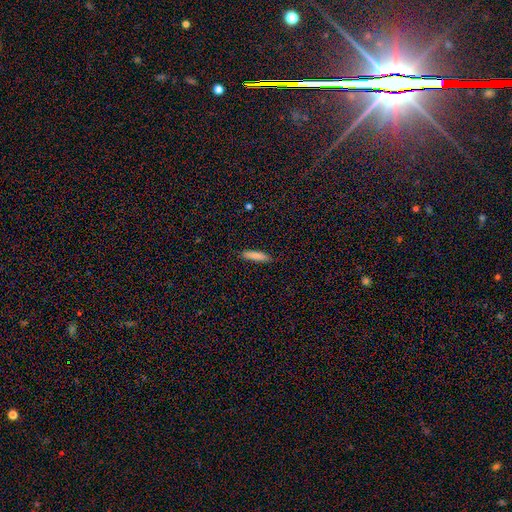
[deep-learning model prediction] A smooth galaxy with no disk features (82%) that is cigar-shaped (79%).

Vote fractions:
- Smooth or featured? smooth: 82% / featured or disk: 11% / star or artifact: 7%
- How rounded? cigar-shaped: 79% / in between: 20% / round: 1%
- Merging? none: 85% / minor disturbance: 12% / major disturbance: 2% / merger: 1%